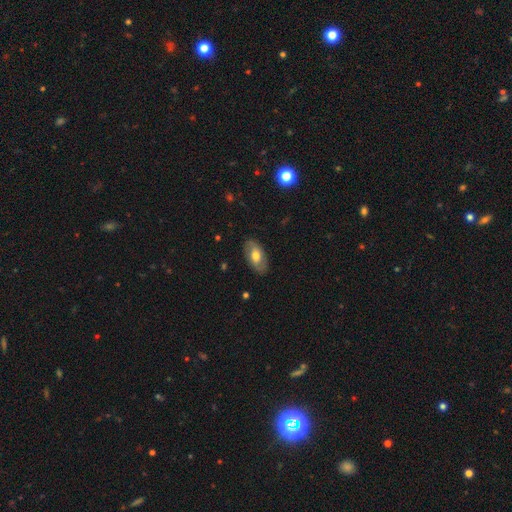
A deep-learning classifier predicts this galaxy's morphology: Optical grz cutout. It shows a smooth galaxy with no disk features (52%) that is in between round and cigar-shaped (92%). Merging: none (85%).